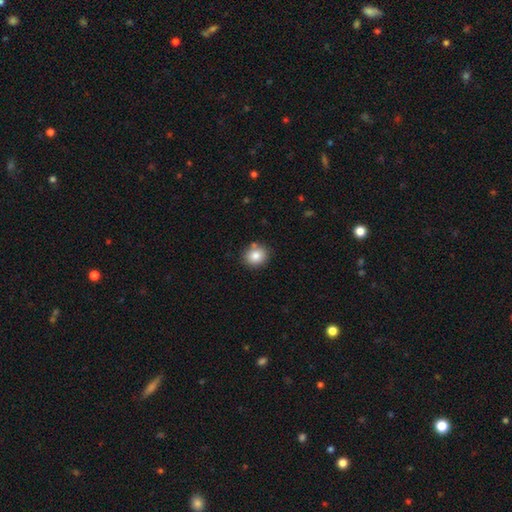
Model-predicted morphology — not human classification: smooth 83%, star or artifact 9%, featured or disk 7%. Down the decision tree: how rounded — round (75%); merging — none (82%).